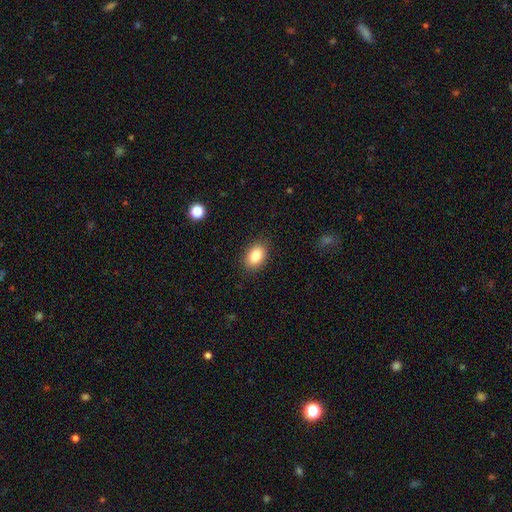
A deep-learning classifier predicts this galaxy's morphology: type=smooth (86%); roundness=in between (85%); merging=none (87%).